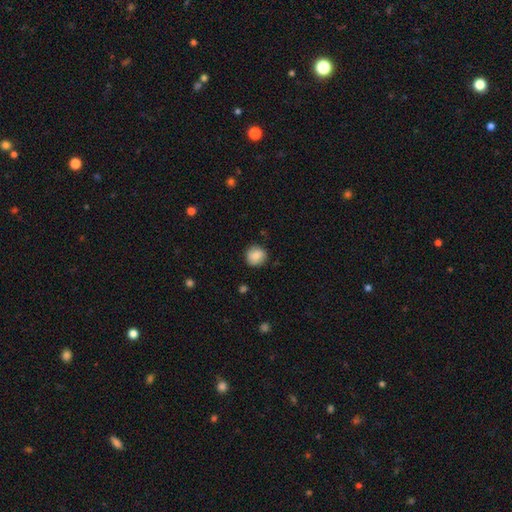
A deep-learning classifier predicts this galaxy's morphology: Smooth or featured: smooth — 85% (star or artifact — 8%)
How rounded: round — 90% (in between — 9%)
Merging: none — 86% (minor disturbance — 11%)